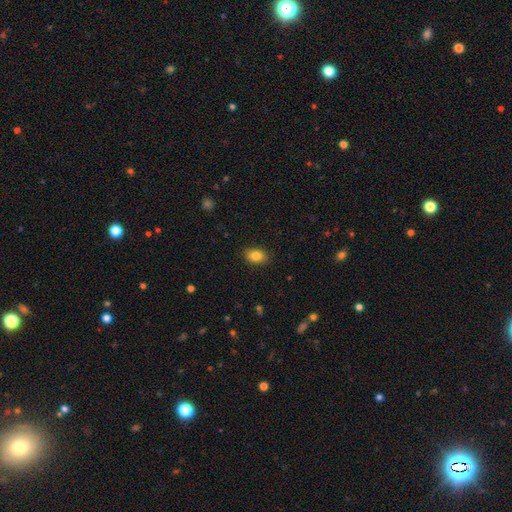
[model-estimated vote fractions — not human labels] Q: Smooth or featured?
A: smooth (85%); runner-up: star or artifact (8%)
Q: How rounded?
A: in between (84%); runner-up: round (15%)
Q: Merging?
A: none (86%); runner-up: minor disturbance (10%)